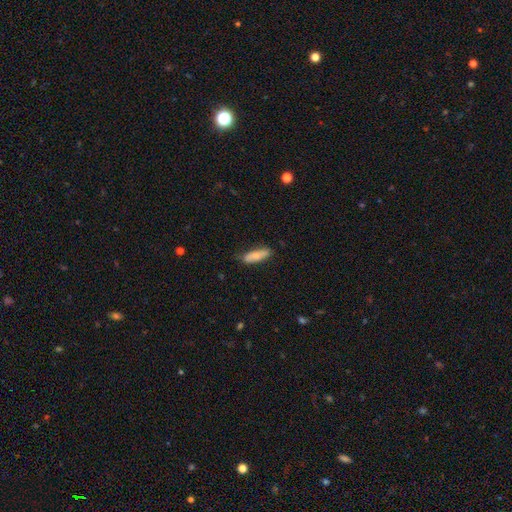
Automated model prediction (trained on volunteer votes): This appears to be a smooth galaxy with no disk features (68%) that is in between round and cigar-shaped (50%). Merging: none (79%).